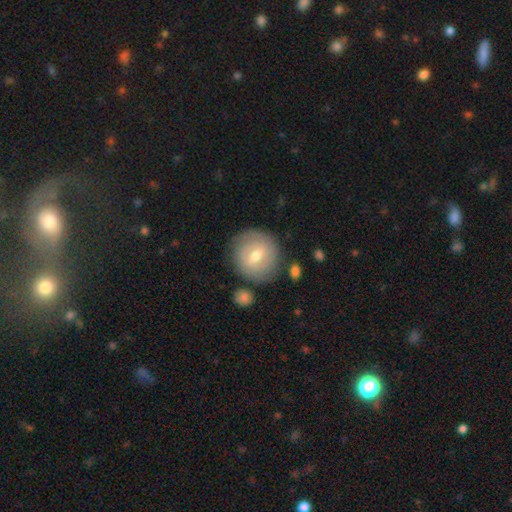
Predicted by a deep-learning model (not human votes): smooth_or_featured: smooth (p=0.53) [alt: featured or disk p=0.40]
how_rounded: round (p=0.87) [alt: in between p=0.12]
merging: none (p=0.77) [alt: minor disturbance p=0.14]